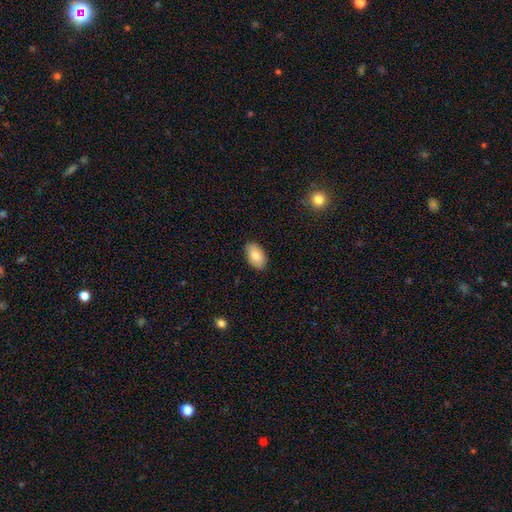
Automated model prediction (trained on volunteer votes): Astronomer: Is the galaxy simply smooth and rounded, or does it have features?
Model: smooth — 85%.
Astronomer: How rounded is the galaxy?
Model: in between — 93%.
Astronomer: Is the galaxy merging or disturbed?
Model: none — 87%.